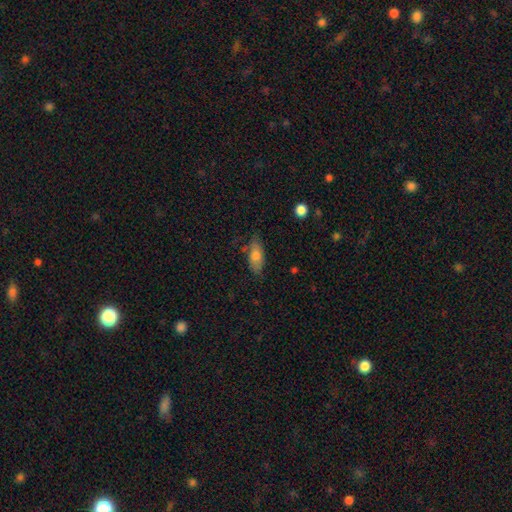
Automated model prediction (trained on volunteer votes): Morphology: type=smooth (74%); roundness=in between (79%); merging=none (66%).